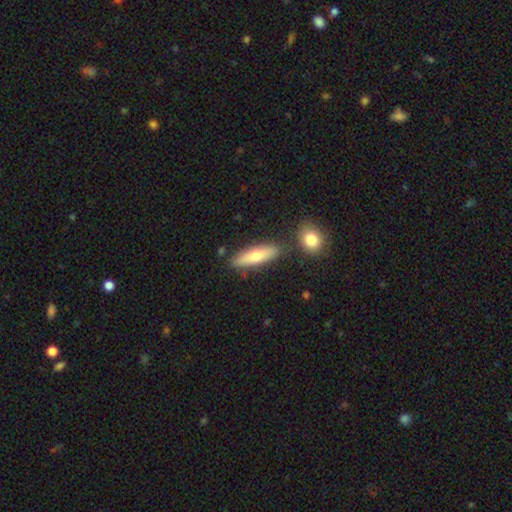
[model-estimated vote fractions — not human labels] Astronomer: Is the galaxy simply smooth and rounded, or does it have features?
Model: smooth — 61%.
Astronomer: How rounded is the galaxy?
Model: cigar-shaped — 64%.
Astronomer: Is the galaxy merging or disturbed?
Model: none — 79%.